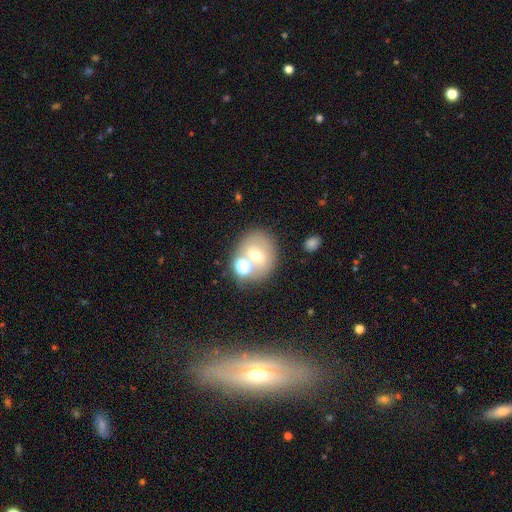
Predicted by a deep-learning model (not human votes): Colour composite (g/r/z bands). It shows a smooth galaxy with no disk features (59%) that is round (67%). Merging: none (55%).